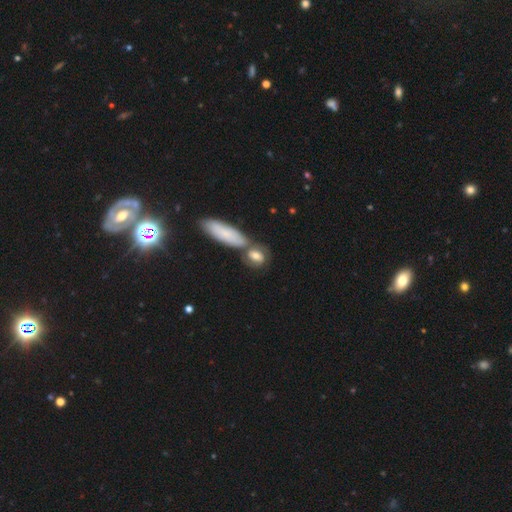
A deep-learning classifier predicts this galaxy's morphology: This is likely a smooth galaxy (65%). How rounded: possibly in between (59%). Merging: possibly none (46%).